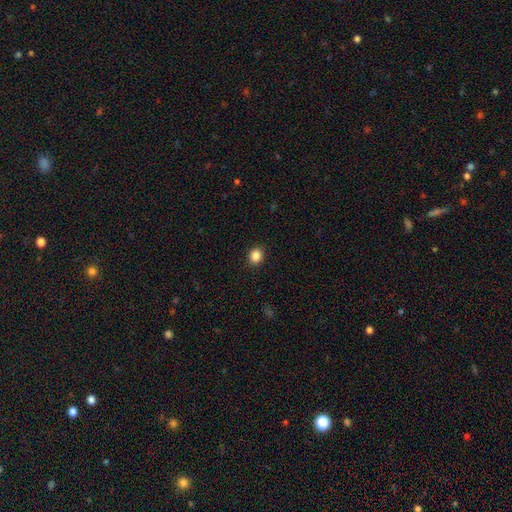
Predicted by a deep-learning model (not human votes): Smooth or featured?
  - smooth: 87% *
  - star or artifact: 10%
  - featured or disk: 3%
How rounded?
  - round: 68% *
  - in between: 31%
  - cigar-shaped: 1%
Merging?
  - none: 91% *
  - minor disturbance: 6%
  - major disturbance: 2%
  - merger: 1%